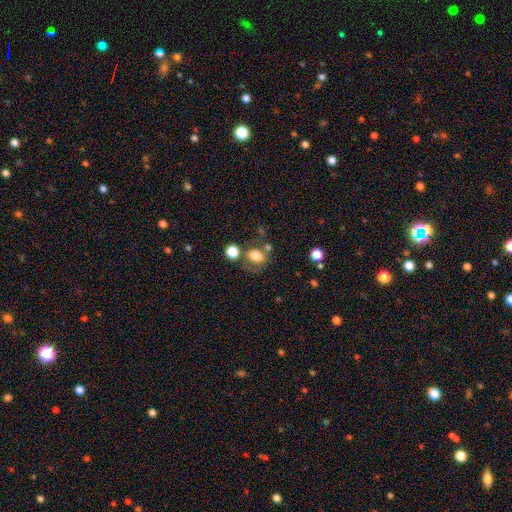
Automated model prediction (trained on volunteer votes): Overall: smooth (72%). How rounded: in between (63%; round 36%). Merging: none (51%; merger 19%).